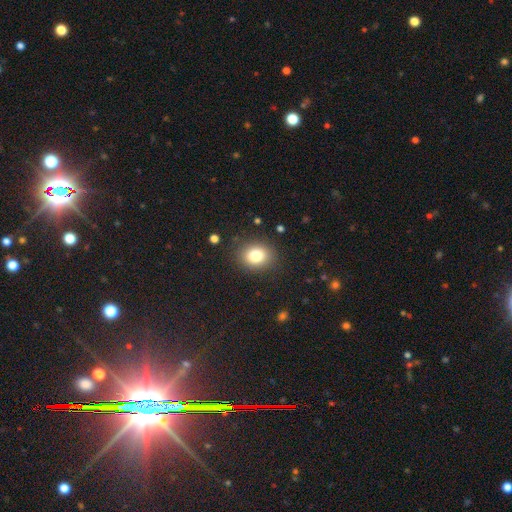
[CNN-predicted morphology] Smooth or featured: smooth — 81% (star or artifact — 11%)
How rounded: round — 58% (in between — 41%)
Merging: none — 87% (minor disturbance — 9%)